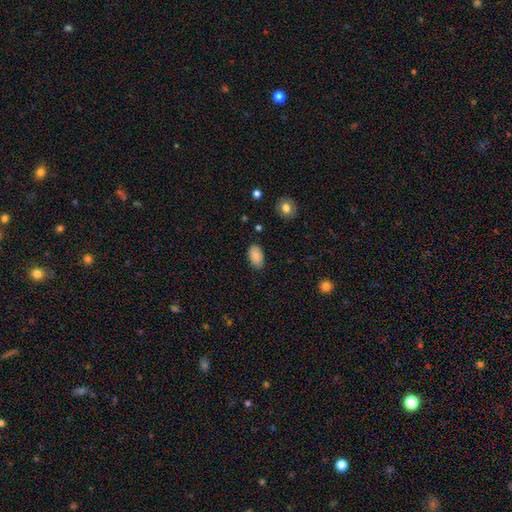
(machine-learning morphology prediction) This appears to be a smooth galaxy with no disk features (88%) that is in between round and cigar-shaped (93%). Merging: none (82%).